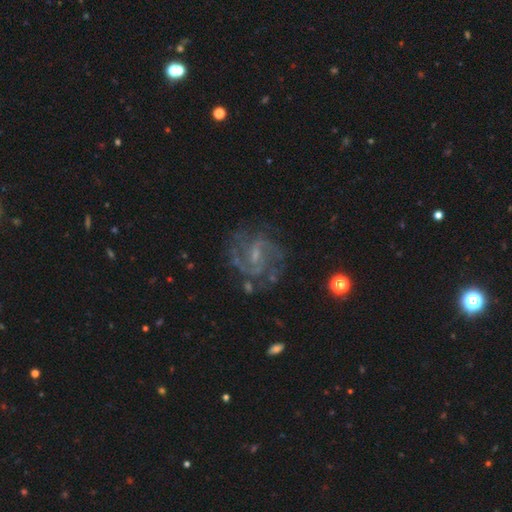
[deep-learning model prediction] Smooth or featured? Predicted: featured or disk (p=0.85). Edge-on disk? Predicted: no (p=0.98). Bar? Predicted: weak (p=0.57). Spiral arms? Predicted: yes (p=0.95). Spiral winding? Predicted: medium (p=0.53). Spiral arm count? Predicted: 2 (p=0.62). Bulge size? Predicted: small (p=0.61). Merging? Predicted: none (p=0.72).